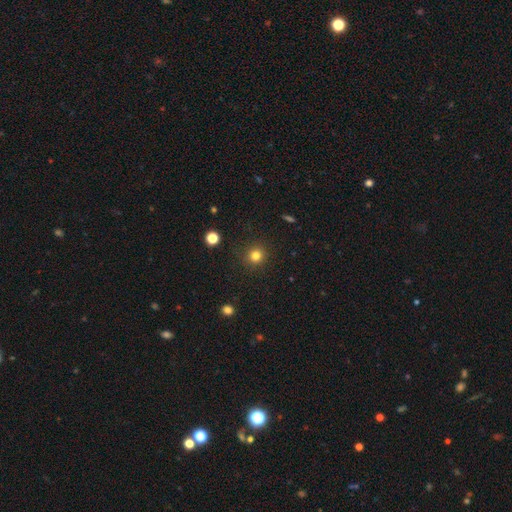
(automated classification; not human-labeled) Smooth or featured? smooth (80%)
How rounded? round (92%)
Merging? none (90%)